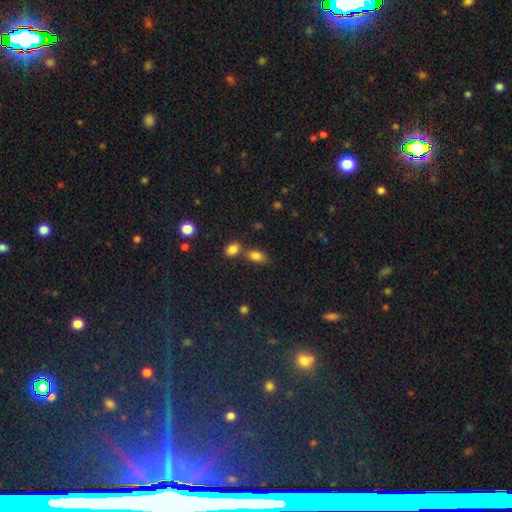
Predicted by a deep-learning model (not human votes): Q: Smooth or featured?
A: smooth (82%); runner-up: star or artifact (10%)
Q: How rounded?
A: in between (86%); runner-up: round (10%)
Q: Merging?
A: none (55%); runner-up: merger (28%)